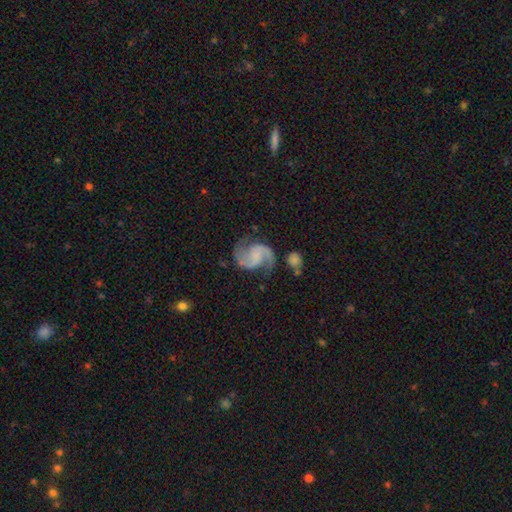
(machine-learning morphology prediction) Q: Smooth or featured?
A: featured or disk (89%); runner-up: smooth (5%)
Q: Edge-on disk?
A: no (98%); runner-up: yes (2%)
Q: Bar?
A: no (51%); runner-up: weak (36%)
Q: Spiral arms?
A: yes (98%); runner-up: no (2%)
Q: Spiral winding?
A: medium (53%); runner-up: loose (35%)
Q: Spiral arm count?
A: 2 (94%); runner-up: can't tell (2%)
Q: Bulge size?
A: none (61%); runner-up: small (22%)
Q: Merging?
A: none (72%); runner-up: minor disturbance (16%)